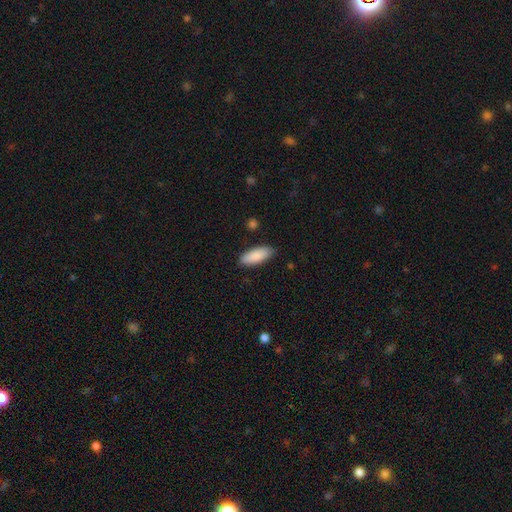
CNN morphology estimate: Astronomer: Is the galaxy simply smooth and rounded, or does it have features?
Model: smooth — 88%.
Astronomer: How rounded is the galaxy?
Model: in between — 77%.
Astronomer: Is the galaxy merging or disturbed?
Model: none — 86%.